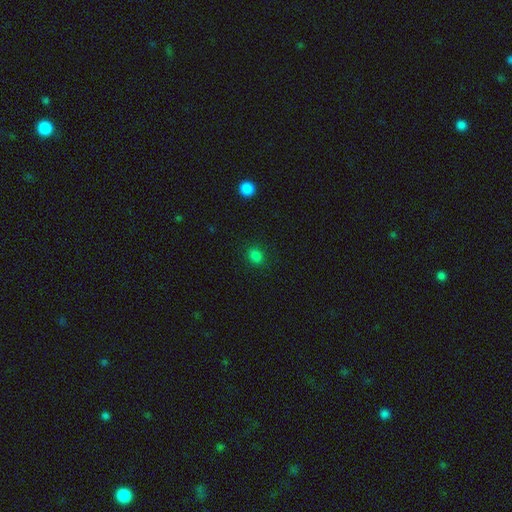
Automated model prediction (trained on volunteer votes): smooth 83%, star or artifact 14%, featured or disk 3%. Down the decision tree: how rounded — in between (50%); merging — none (87%).